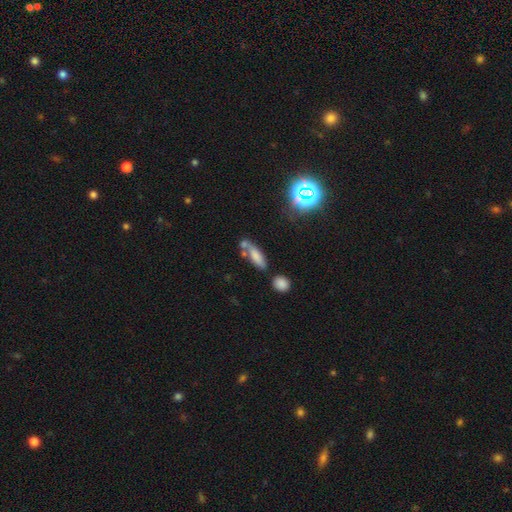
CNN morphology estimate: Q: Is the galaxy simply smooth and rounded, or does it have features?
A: smooth — 68%.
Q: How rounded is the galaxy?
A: in between — 49%.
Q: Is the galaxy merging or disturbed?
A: none — 46%.